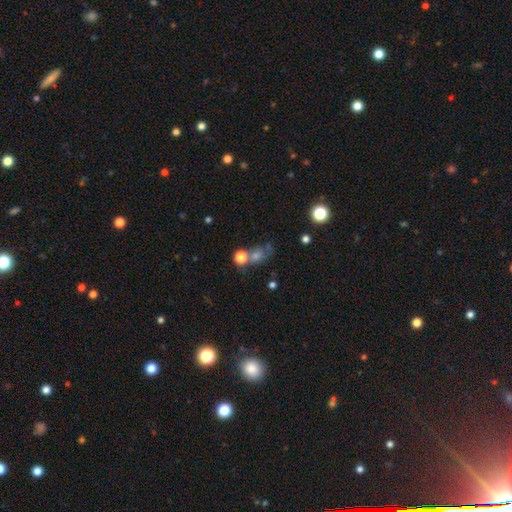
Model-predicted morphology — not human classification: Smooth or featured? Predicted: smooth (p=0.52). How rounded? Predicted: round (p=0.58). Merging? Predicted: none (p=0.50).